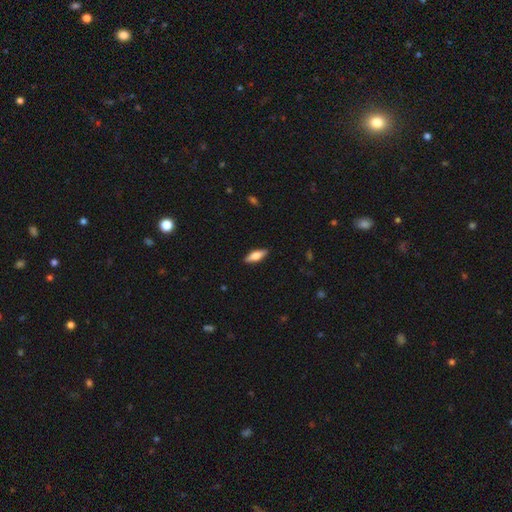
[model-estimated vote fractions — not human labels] Q: Smooth or featured?
A: smooth (62%); runner-up: featured or disk (32%)
Q: How rounded?
A: in between (55%); runner-up: cigar-shaped (43%)
Q: Merging?
A: none (89%); runner-up: minor disturbance (8%)